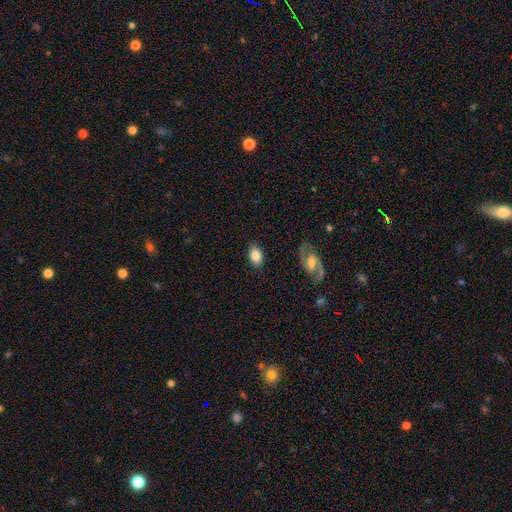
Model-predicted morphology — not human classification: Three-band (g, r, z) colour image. It shows a smooth galaxy with no disk features (80%) that is in between round and cigar-shaped (89%). Merging: none (83%).